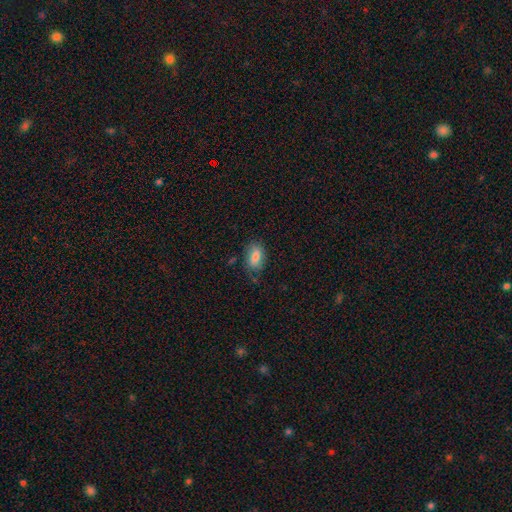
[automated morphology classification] This appears to be a smooth galaxy with no disk features (80%) that is in between round and cigar-shaped (89%). Merging: none (72%).